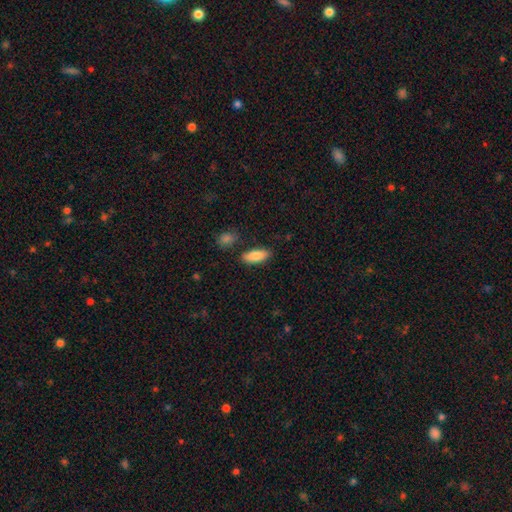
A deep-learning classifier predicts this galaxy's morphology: This appears to be a smooth galaxy with no disk features (85%) that is in between round and cigar-shaped (81%). Merging: none (83%).